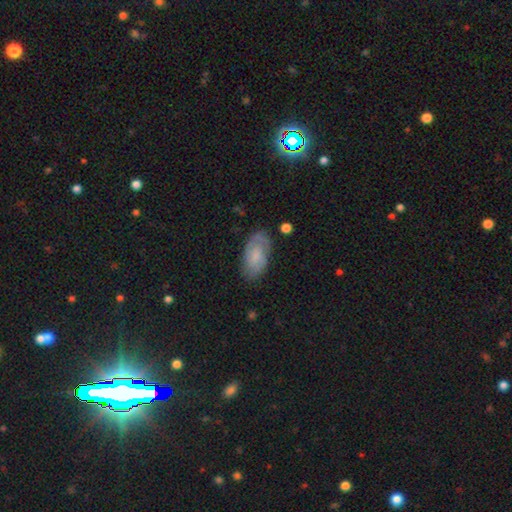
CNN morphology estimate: Smooth or featured? Predicted: featured or disk (p=0.53). Edge-on disk? Predicted: no (p=0.94). Bar? Predicted: no (p=0.59). Spiral arms? Predicted: yes (p=0.86). Bulge size? Predicted: small (p=0.51). Merging? Predicted: none (p=0.76).